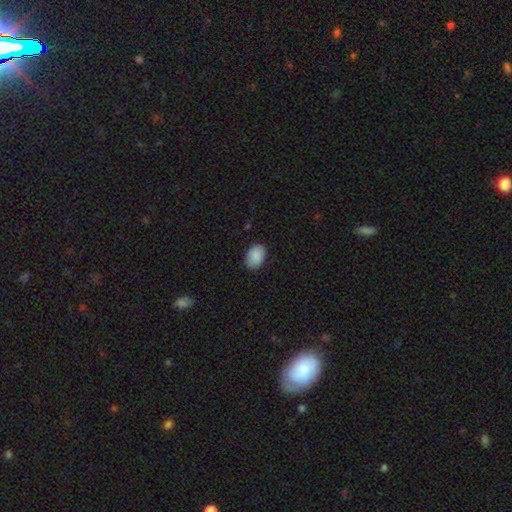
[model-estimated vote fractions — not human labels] This is clearly a smooth galaxy (90%). How rounded: clearly in between (81%). Merging: clearly none (87%).